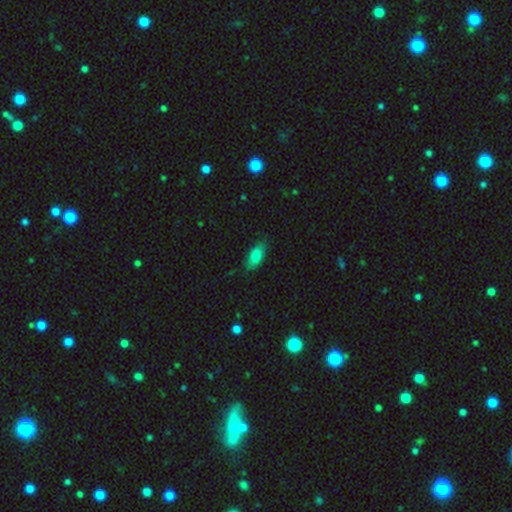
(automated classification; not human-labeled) Q: Smooth or featured?
A: smooth (81%); runner-up: featured or disk (12%)
Q: How rounded?
A: in between (87%); runner-up: cigar-shaped (10%)
Q: Merging?
A: none (80%); runner-up: minor disturbance (16%)